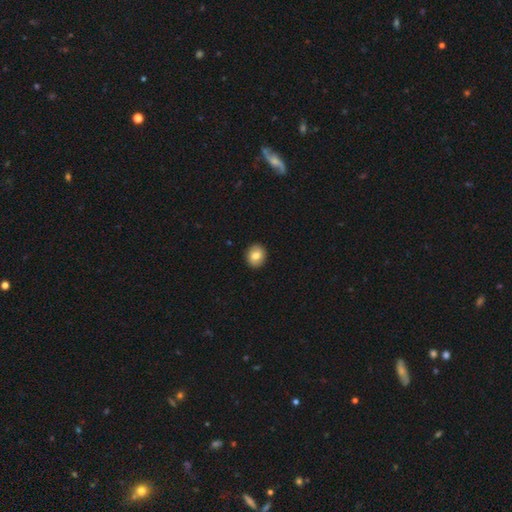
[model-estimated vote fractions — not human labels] A smooth galaxy with no disk features (79%) that is round (75%). Merging: none (91%).